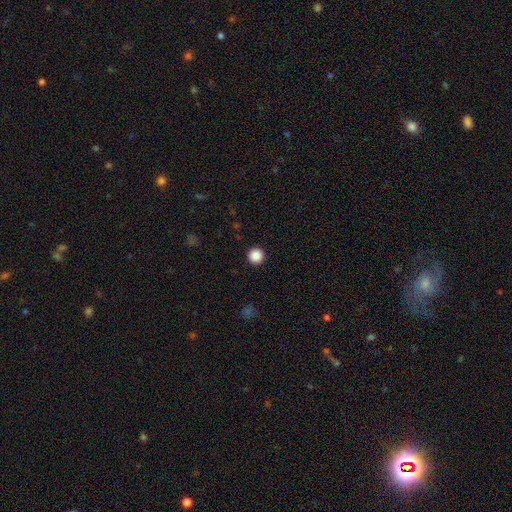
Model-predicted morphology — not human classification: smooth 88%, star or artifact 10%, featured or disk 3%. Down the decision tree: how rounded — round (97%); merging — none (94%).